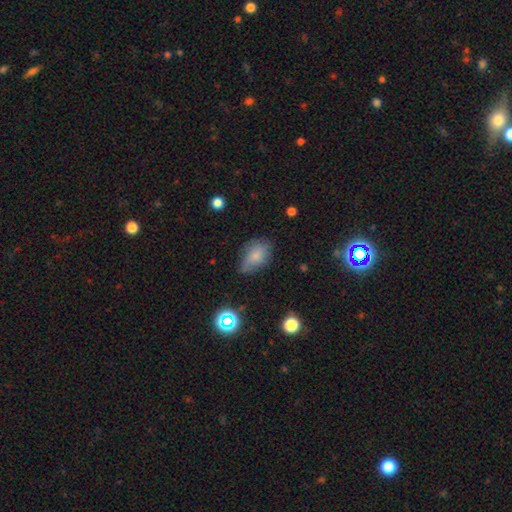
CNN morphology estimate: Smooth or featured? smooth (75%)
How rounded? in between (86%)
Merging? none (58%)